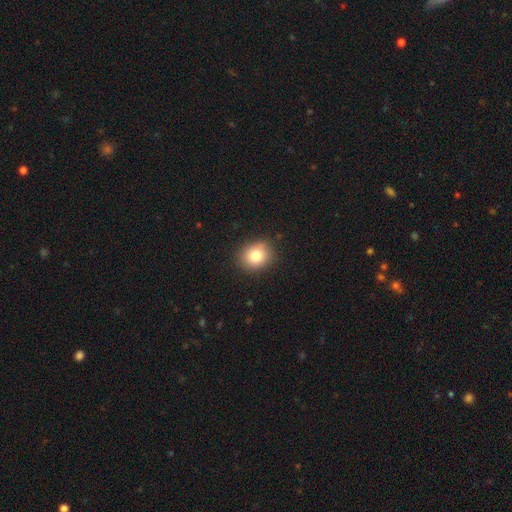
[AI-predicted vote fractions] smooth 81%, star or artifact 10%, featured or disk 9%. Down the decision tree: how rounded — round (62%); merging — none (87%).